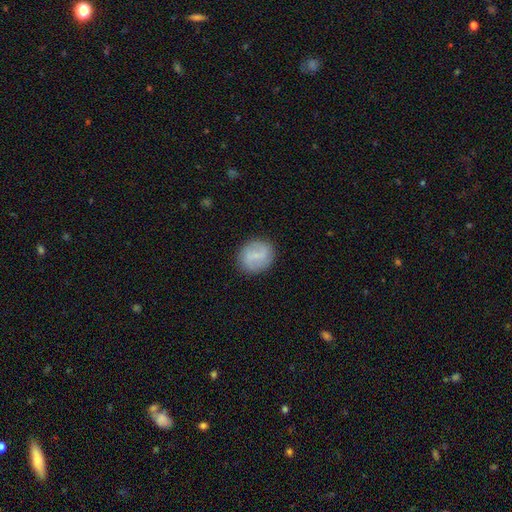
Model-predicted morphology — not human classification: This is possibly a smooth galaxy (48%). Merging: clearly none (86%).